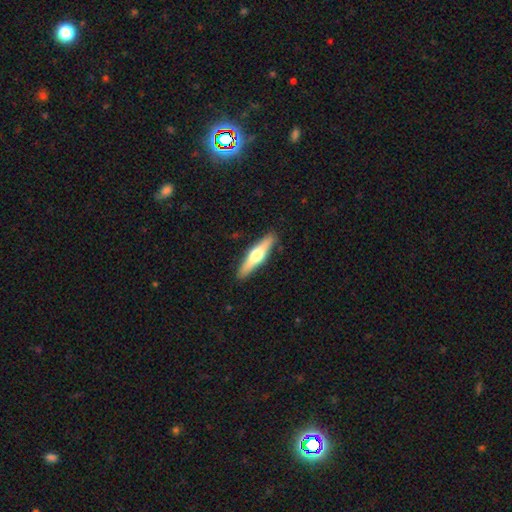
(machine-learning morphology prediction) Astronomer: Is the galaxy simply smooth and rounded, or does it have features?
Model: featured or disk — 59% (runner-up: smooth, 36%).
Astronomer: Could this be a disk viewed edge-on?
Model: yes — 96%.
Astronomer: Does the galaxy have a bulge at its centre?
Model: rounded — 94%.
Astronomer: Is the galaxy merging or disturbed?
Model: none — 91%.